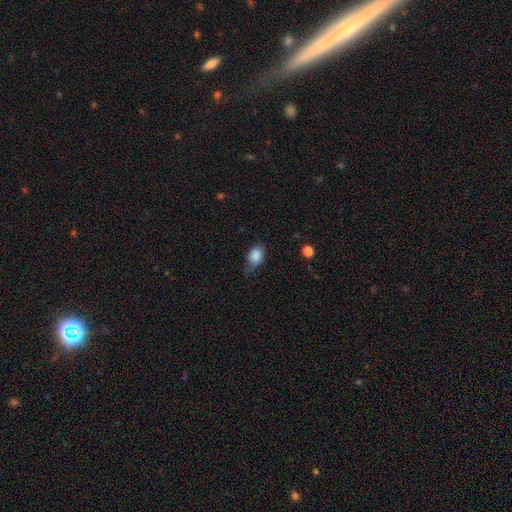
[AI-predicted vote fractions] Overall: smooth (86%). How rounded: in between (76%). Merging: none (54%; minor disturbance 35%).